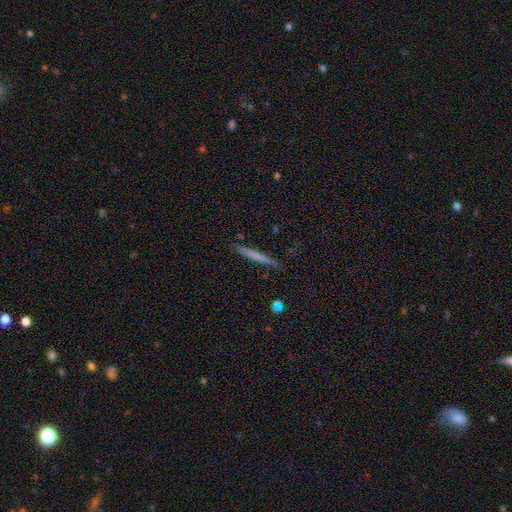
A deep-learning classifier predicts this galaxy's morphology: Smooth or featured? Predicted: smooth (p=0.59). How rounded? Predicted: cigar-shaped (p=0.96). Merging? Predicted: none (p=0.87).